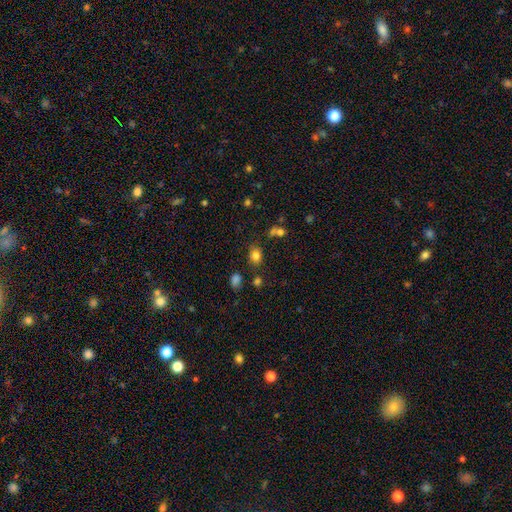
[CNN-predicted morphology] Overall: smooth (80%). How rounded: in between (56%; round 42%). Merging: none (76%).